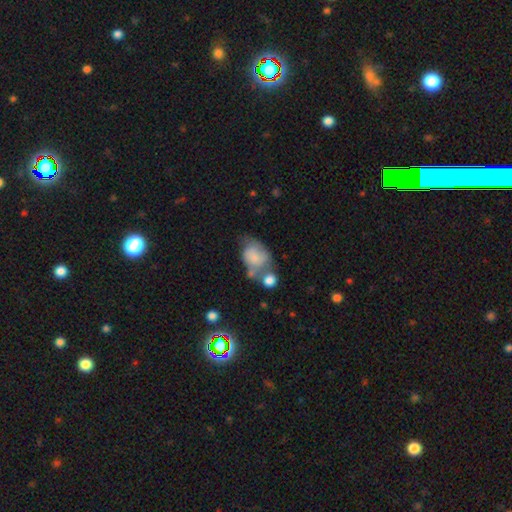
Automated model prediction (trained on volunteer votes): Smooth or featured: smooth — 52% (featured or disk — 34%)
How rounded: in between — 73% (round — 25%)
Merging: none — 33% (minor disturbance — 26%)